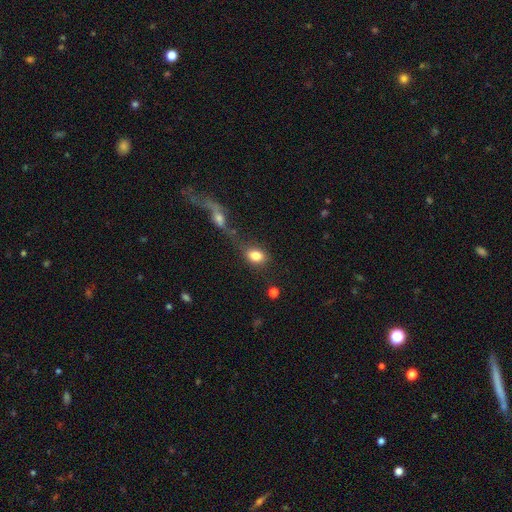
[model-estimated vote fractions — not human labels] This is clearly a smooth galaxy (81%). How rounded: likely in between (72%). Merging: marginally none (44%).